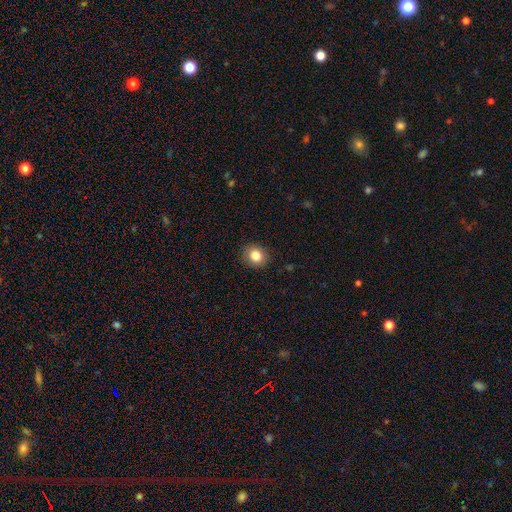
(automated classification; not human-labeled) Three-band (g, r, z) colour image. It shows a smooth galaxy with no disk features (84%) that is round (76%). Merging: none (89%).